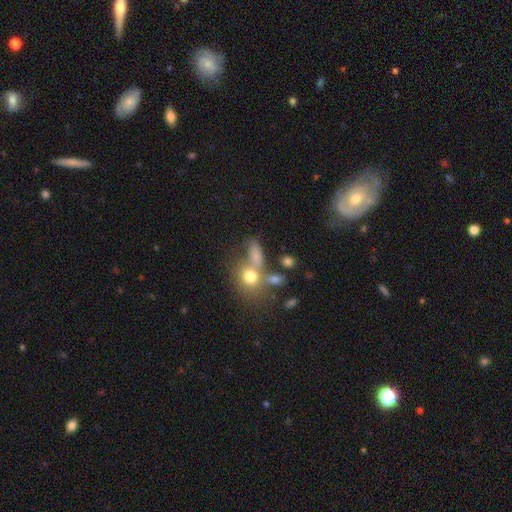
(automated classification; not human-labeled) smooth-or-featured: smooth: 72% | featured or disk: 15% | star or artifact: 13%
  how-rounded: in between: 57% | round: 36% | cigar-shaped: 7%
  merging: none: 38% (tied) | merger: 38% (tied) | minor disturbance: 13% | major disturbance: 11%